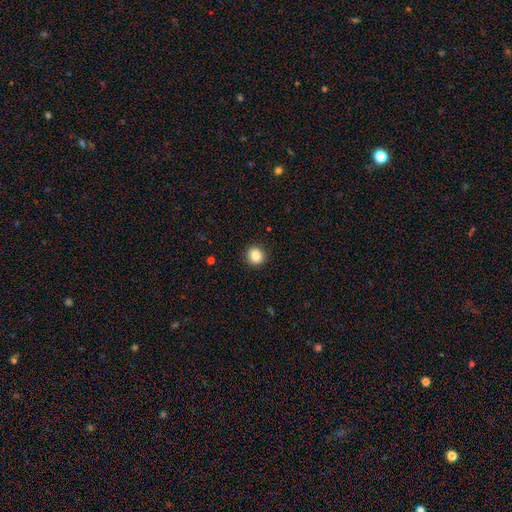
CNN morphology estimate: smooth 87%, star or artifact 9%, featured or disk 4%. Down the decision tree: how rounded — round (86%); merging — none (91%).